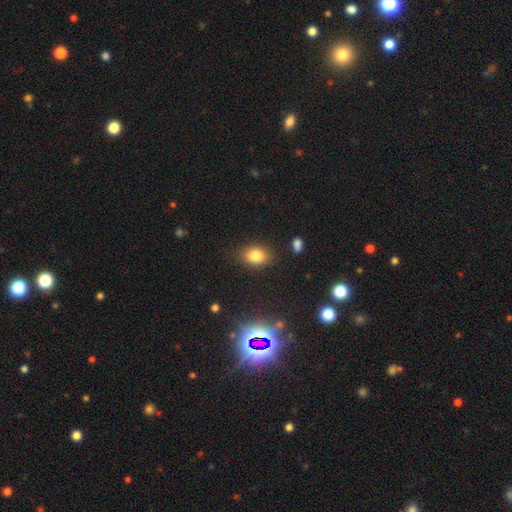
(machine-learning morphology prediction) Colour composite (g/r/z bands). It shows a smooth galaxy with no disk features (80%) that is in between round and cigar-shaped (70%). Merging: none (84%).